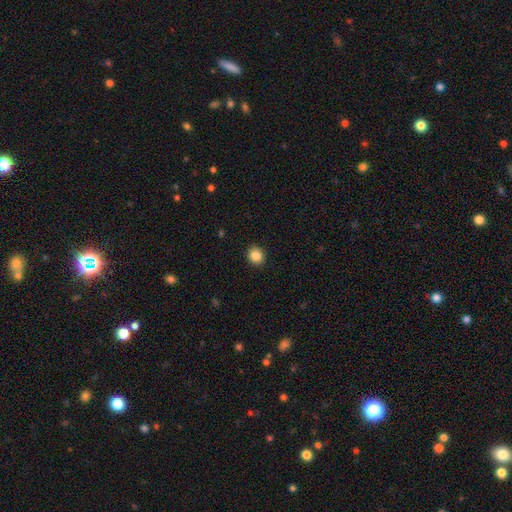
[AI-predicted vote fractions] This appears to be a smooth galaxy with no disk features (86%) that is round (74%). Merging: none (91%).